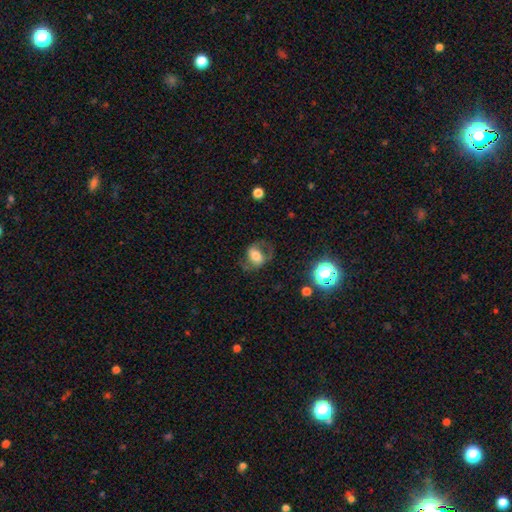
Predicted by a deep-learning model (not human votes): Q: Smooth or featured?
A: featured or disk (47%); runner-up: smooth (43%)
Q: Merging?
A: none (58%); runner-up: major disturbance (21%)